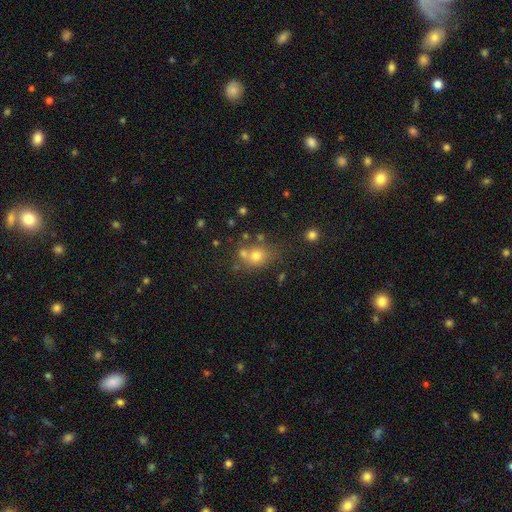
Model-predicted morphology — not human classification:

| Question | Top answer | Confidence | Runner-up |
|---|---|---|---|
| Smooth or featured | smooth | 69% | star or artifact (18%) |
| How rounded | round | 62% | in between (37%) |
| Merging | none | 59% | merger (22%) |